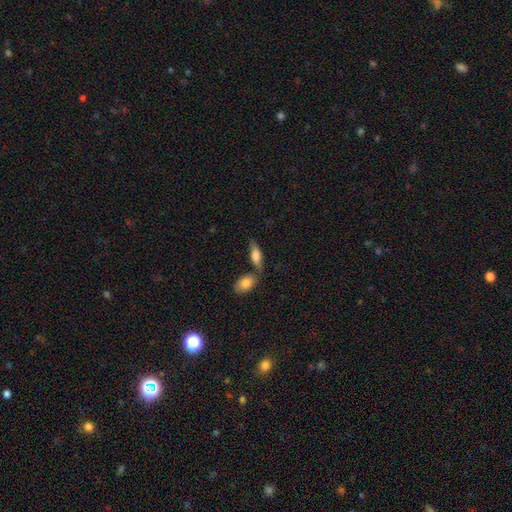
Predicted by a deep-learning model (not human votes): The model was most divided on "merging": none: 56%, merger: 25%, minor disturbance: 15%, major disturbance: 5%. More confident: smooth or featured — smooth (68%); how rounded — in between (67%).